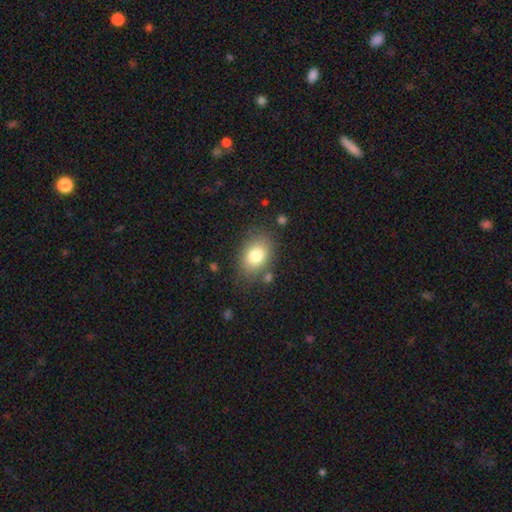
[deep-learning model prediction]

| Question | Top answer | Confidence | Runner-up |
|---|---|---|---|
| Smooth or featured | smooth | 79% | featured or disk (12%) |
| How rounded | in between | 72% | round (27%) |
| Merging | none | 78% | minor disturbance (13%) |